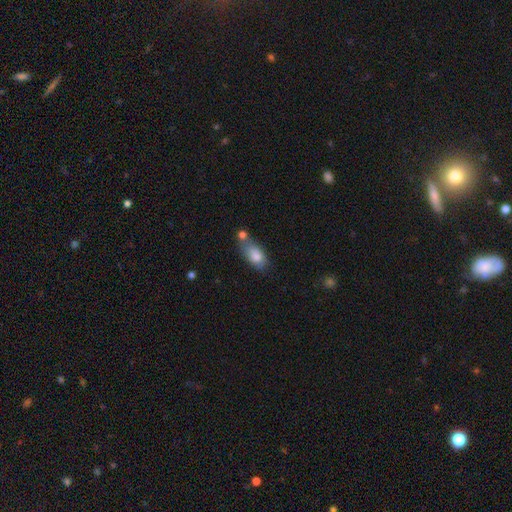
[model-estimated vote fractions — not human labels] Overall: smooth (81%). How rounded: in between (86%). Merging: none (43%; merger 29%).